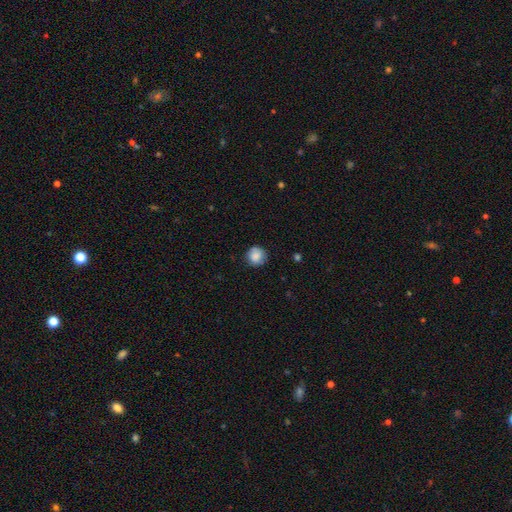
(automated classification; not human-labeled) Smooth or featured? Predicted: smooth (p=0.86). How rounded? Predicted: round (p=0.92). Merging? Predicted: none (p=0.83).